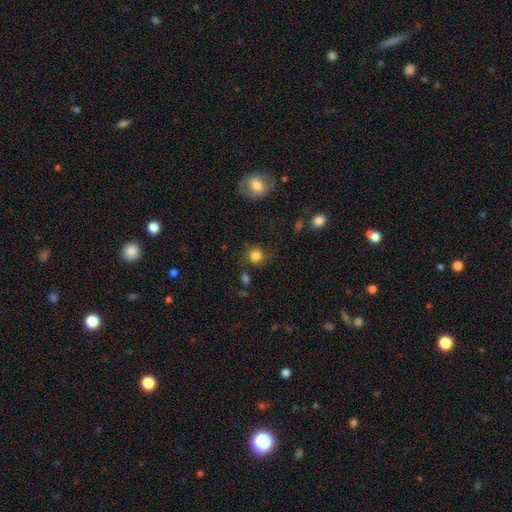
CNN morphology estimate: Smooth or featured?
  - smooth: 83% *
  - star or artifact: 11%
  - featured or disk: 7%
How rounded?
  - round: 84% *
  - in between: 15%
  - cigar-shaped: 1%
Merging?
  - none: 74% *
  - minor disturbance: 15%
  - major disturbance: 7%
  - merger: 4%